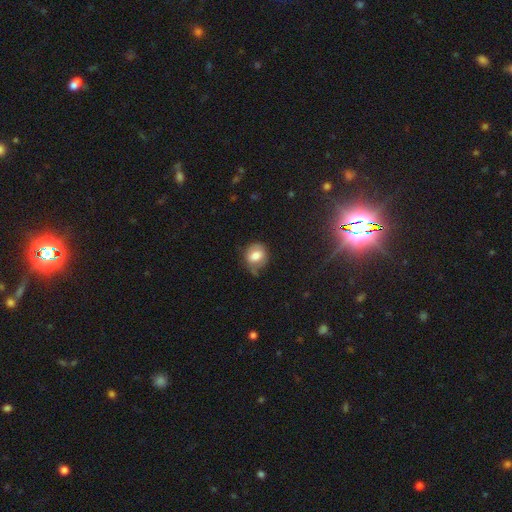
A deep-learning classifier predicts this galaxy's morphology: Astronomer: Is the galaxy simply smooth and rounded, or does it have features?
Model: smooth — 74%.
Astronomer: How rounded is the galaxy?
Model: round — 68%.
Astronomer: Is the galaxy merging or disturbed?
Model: none — 57%.